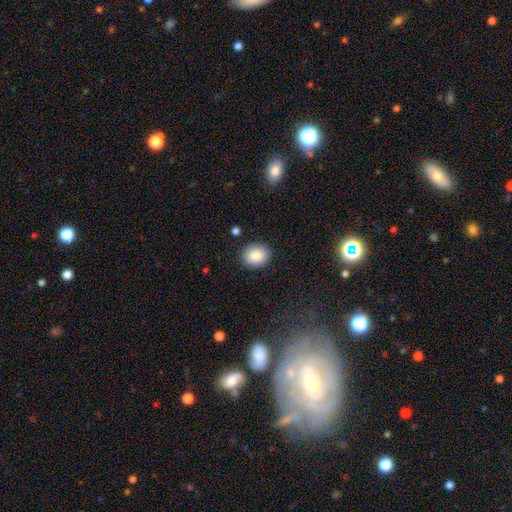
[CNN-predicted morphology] This is clearly a smooth galaxy (86%). How rounded: likely round (62%). Merging: clearly none (89%).